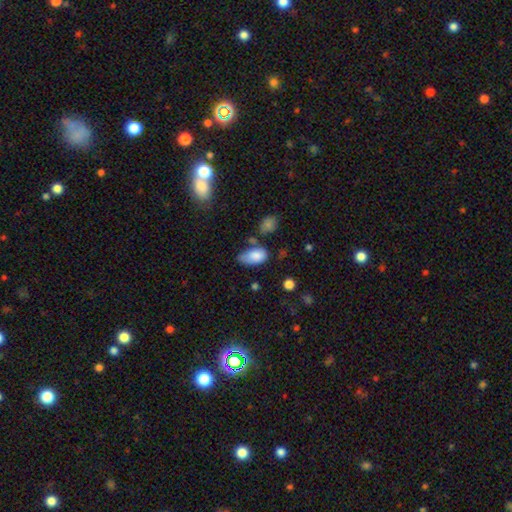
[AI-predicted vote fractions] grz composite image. It shows a smooth galaxy with no disk features (83%) that is in between round and cigar-shaped (94%). Merging: none (41%).